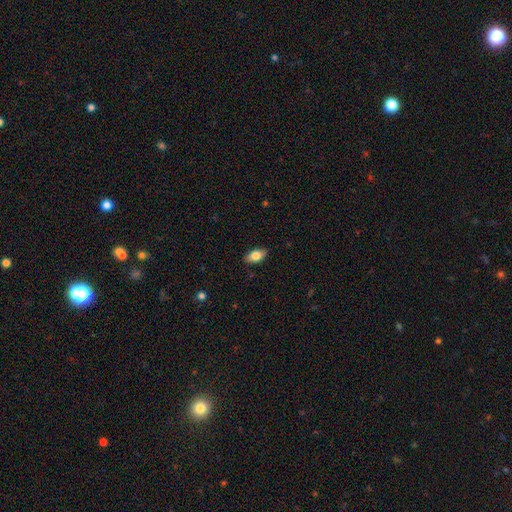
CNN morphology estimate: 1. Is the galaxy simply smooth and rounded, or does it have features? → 81% smooth, 12% featured or disk, 7% star or artifact.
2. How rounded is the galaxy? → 91% in between, 5% cigar-shaped, 4% round.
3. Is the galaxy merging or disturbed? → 88% none, 9% minor disturbance, 2% major disturbance, 1% merger.